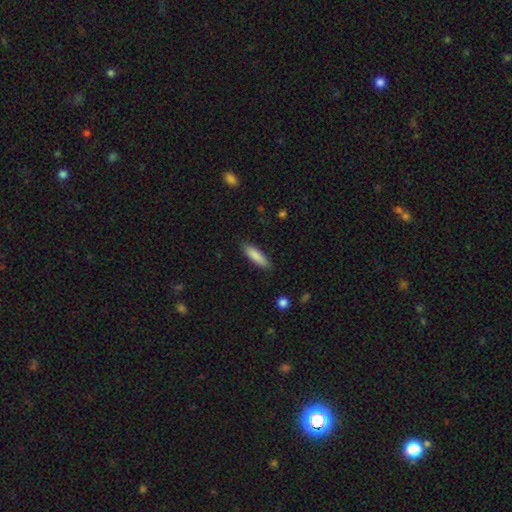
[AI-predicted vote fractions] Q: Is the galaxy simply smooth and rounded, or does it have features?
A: smooth — 86%.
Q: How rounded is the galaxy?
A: cigar-shaped — 66%.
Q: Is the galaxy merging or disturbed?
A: none — 87%.